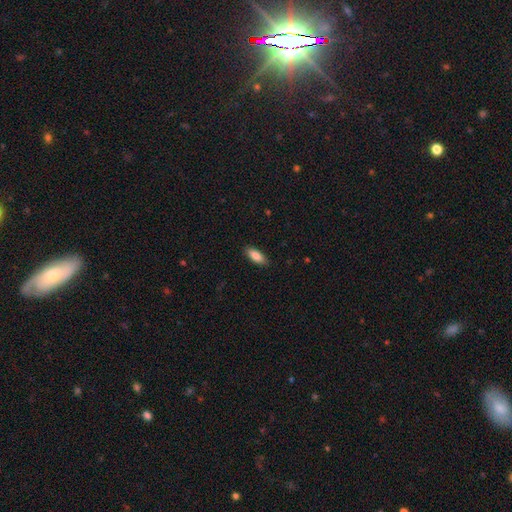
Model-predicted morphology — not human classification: Smooth or featured? smooth (85%)
How rounded? in between (77%)
Merging? none (87%)